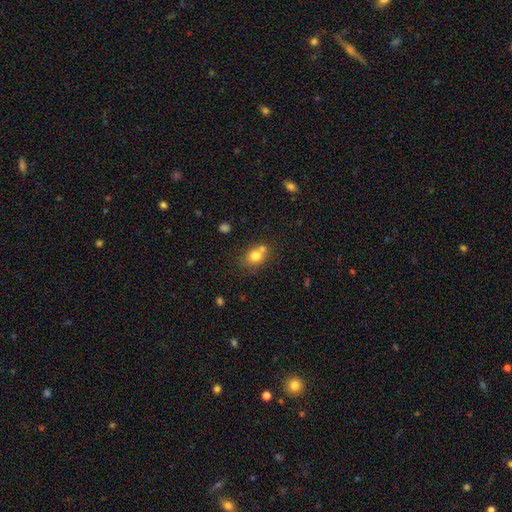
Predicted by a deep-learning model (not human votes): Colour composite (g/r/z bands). It shows a smooth galaxy with no disk features (76%) that is round (54%). Merging: none (46%).